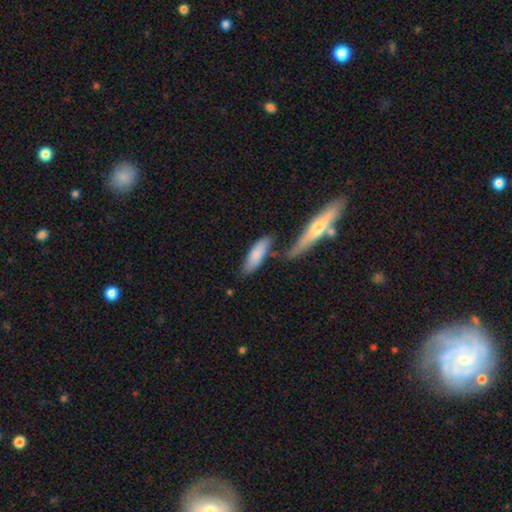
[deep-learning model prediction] A smooth galaxy with no disk features (76%) that is in between round and cigar-shaped (53%).

Vote fractions:
- Smooth or featured? smooth: 76% / featured or disk: 18% / star or artifact: 6%
- How rounded? in between: 53% / cigar-shaped: 45% / round: 2%
- Merging? none: 58% / merger: 18% / minor disturbance: 18% / major disturbance: 6%